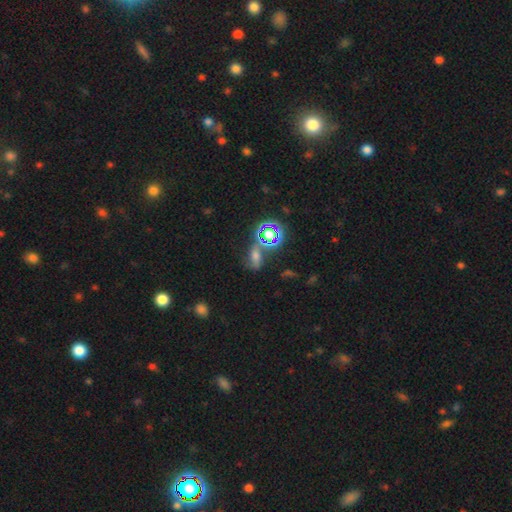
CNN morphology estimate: Smooth or featured: star or artifact — 40% (tied with smooth — 40%)